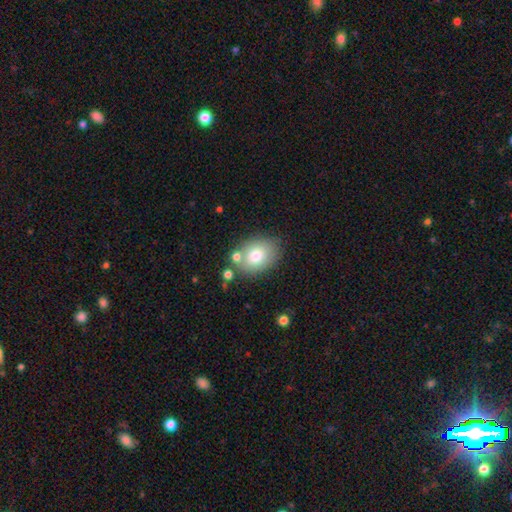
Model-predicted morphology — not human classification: Overall: smooth (76%). How rounded: in between (74%). Merging: none (71%).